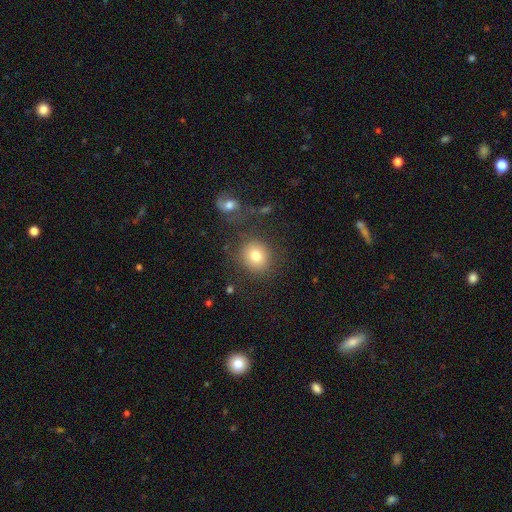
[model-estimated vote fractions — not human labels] smooth-or-featured: smooth: 79% | featured or disk: 10% | star or artifact: 10%
  how-rounded: round: 79% | in between: 20% | cigar-shaped: 1%
  merging: none: 77% | minor disturbance: 11% | merger: 7% | major disturbance: 5%